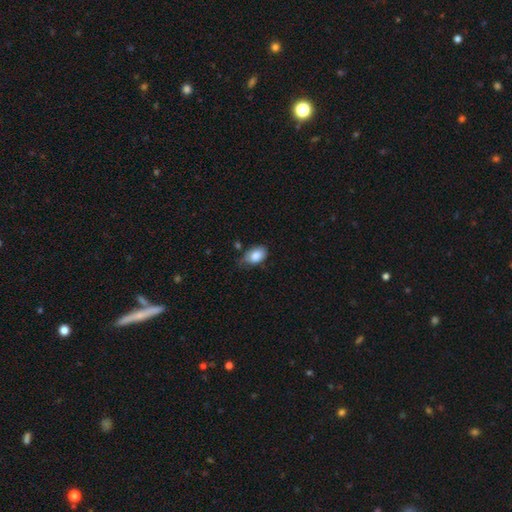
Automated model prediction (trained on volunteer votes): smooth_or_featured: smooth (p=0.83) [alt: featured or disk p=0.10]
how_rounded: in between (p=0.87) [alt: round p=0.12]
merging: none (p=0.51) [alt: minor disturbance p=0.37]